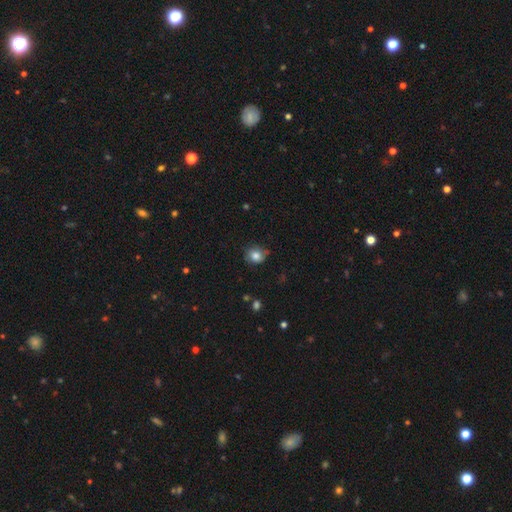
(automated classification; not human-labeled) Smooth or featured? Predicted: smooth (p=0.81). How rounded? Predicted: round (p=0.75). Merging? Predicted: none (p=0.66).